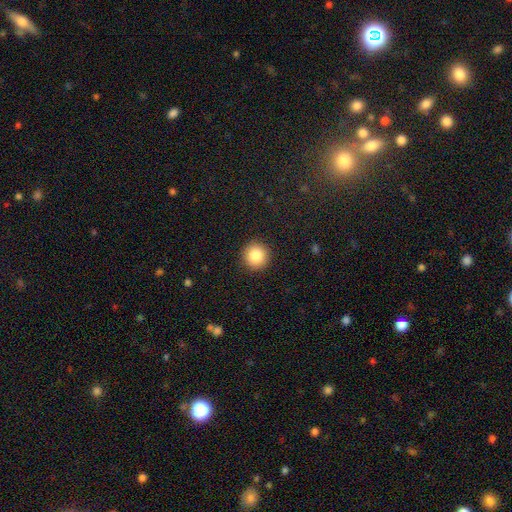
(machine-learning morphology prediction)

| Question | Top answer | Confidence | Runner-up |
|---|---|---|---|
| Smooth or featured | smooth | 85% | star or artifact (9%) |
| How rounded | round | 95% | in between (4%) |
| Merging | none | 92% | minor disturbance (5%) |